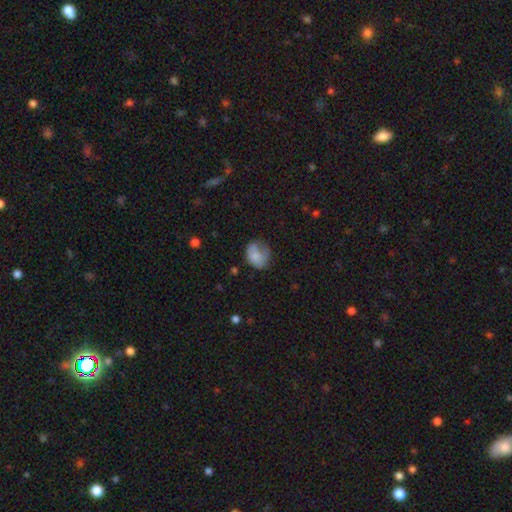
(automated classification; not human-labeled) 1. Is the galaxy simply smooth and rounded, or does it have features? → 72% smooth, 19% featured or disk, 9% star or artifact.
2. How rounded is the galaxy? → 54% round, 45% in between, 1% cigar-shaped.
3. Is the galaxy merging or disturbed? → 41% none, 33% minor disturbance, 24% major disturbance, 3% merger.